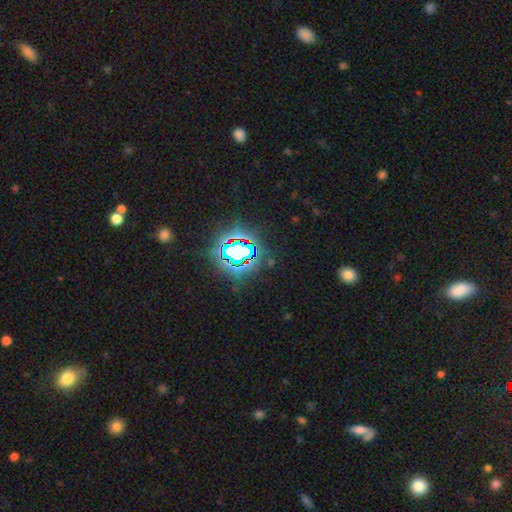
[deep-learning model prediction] Smooth or featured? star or artifact (81%)